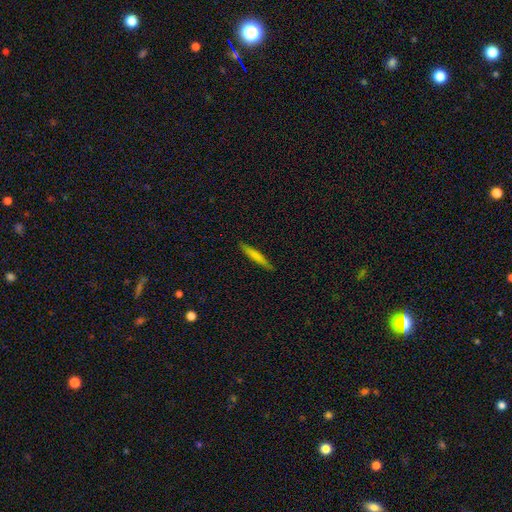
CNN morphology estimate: smooth-or-featured: smooth: 72% | featured or disk: 22% | star or artifact: 6%
  how-rounded: cigar-shaped: 94% | in between: 5% | round: 1%
  merging: none: 88% | minor disturbance: 9% | major disturbance: 2% | merger: 1%